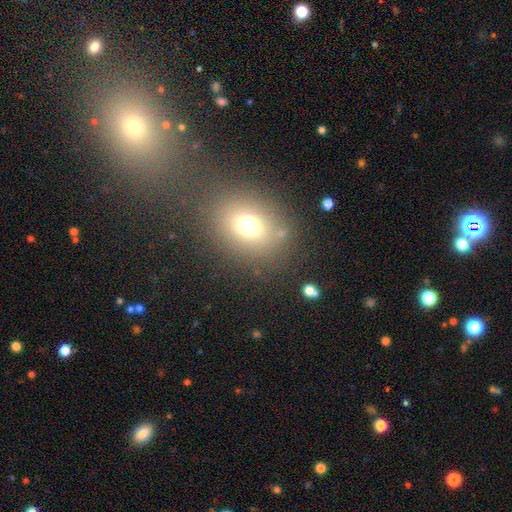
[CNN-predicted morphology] The model was most divided on "how rounded": in between: 50%, round: 48%, cigar-shaped: 2%. More confident: merging — none (65%); smooth or featured — smooth (59%).